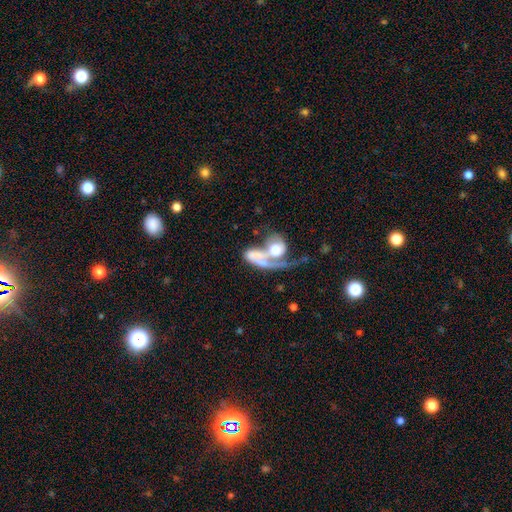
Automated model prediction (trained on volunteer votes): Smooth or featured? featured or disk (62%)
Edge-on disk? no (95%)
Bar? no (73%)
Spiral arms? yes (63%)
Bulge size? moderate (43%)
Merging? merger (58%)